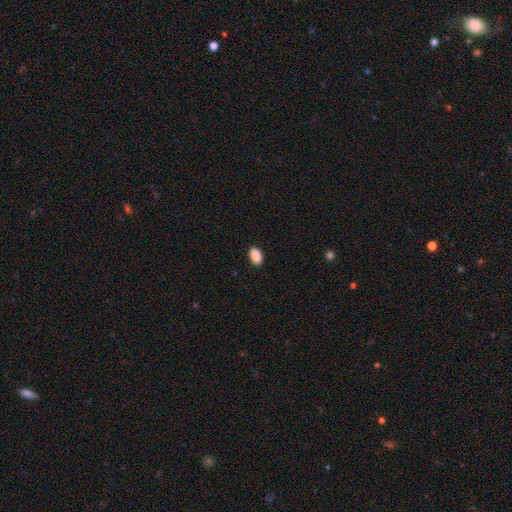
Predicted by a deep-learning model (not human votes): Morphology: type=smooth (90%); roundness=in between (93%); merging=none (89%).